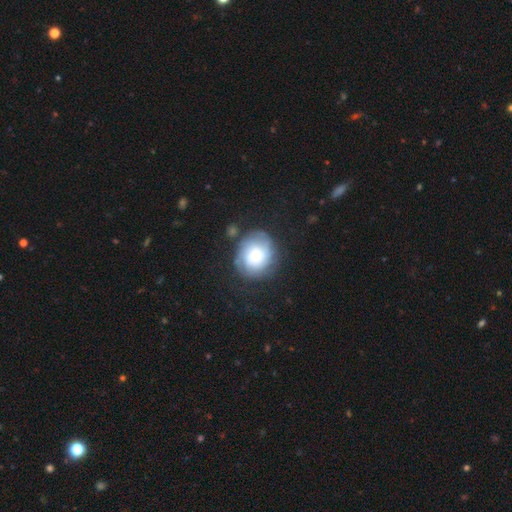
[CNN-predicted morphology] This is possibly a featured or disk galaxy (49%). Merging: likely none (69%).